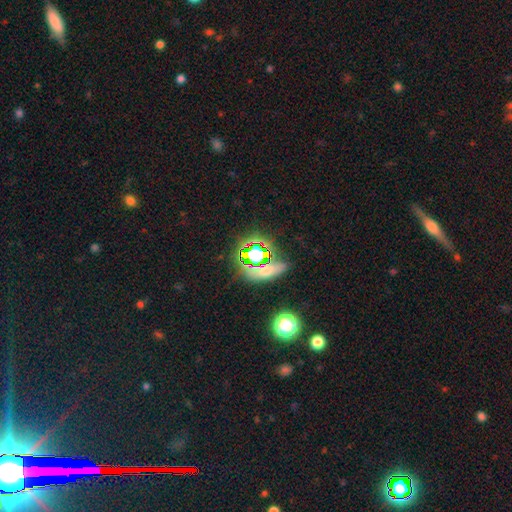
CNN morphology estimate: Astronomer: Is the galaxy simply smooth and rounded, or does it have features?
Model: star or artifact — 49% (runner-up: smooth, 38%).